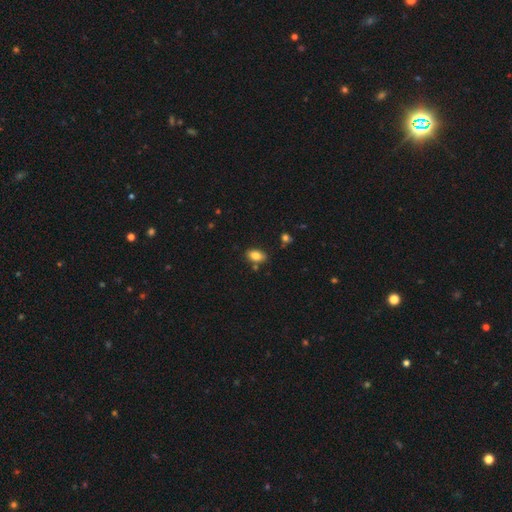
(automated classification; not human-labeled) This appears to be a smooth galaxy with no disk features (83%) that is in between round and cigar-shaped (89%). Merging: none (77%).